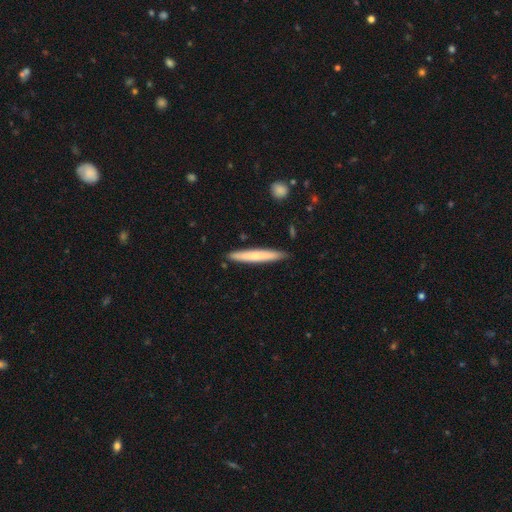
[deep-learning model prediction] Morphology: type=smooth (65%); roundness=cigar-shaped (95%); merging=none (89%).